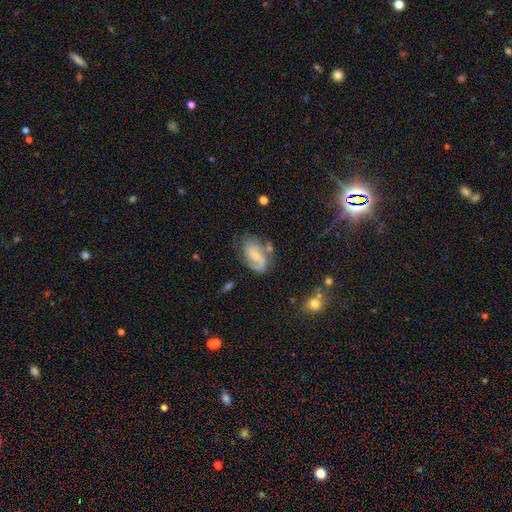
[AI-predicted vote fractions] featured or disk 62%, smooth 30%, star or artifact 8%. Down the decision tree: edge-on disk — no (96%); bar — no (59%); spiral arms — yes (84%); bulge size — small (57%); merging — none (52%).